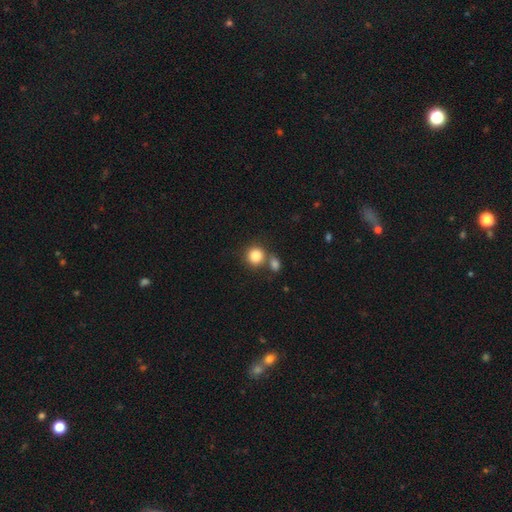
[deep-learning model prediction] smooth 84%, star or artifact 10%, featured or disk 6%. Down the decision tree: how rounded — round (88%); merging — none (59%).